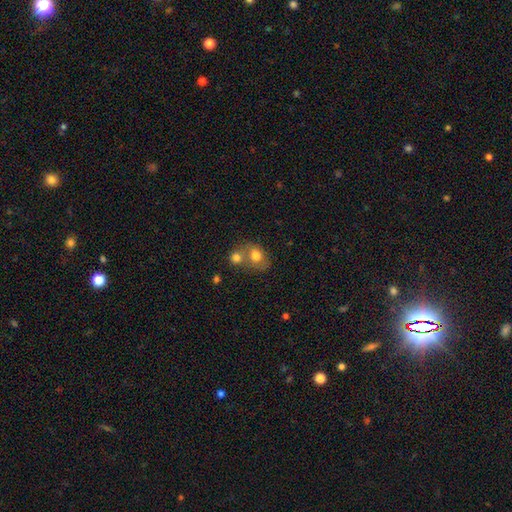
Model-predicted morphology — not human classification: Smooth or featured? smooth (75%)
How rounded? round (51%)
Merging? merger (48%)